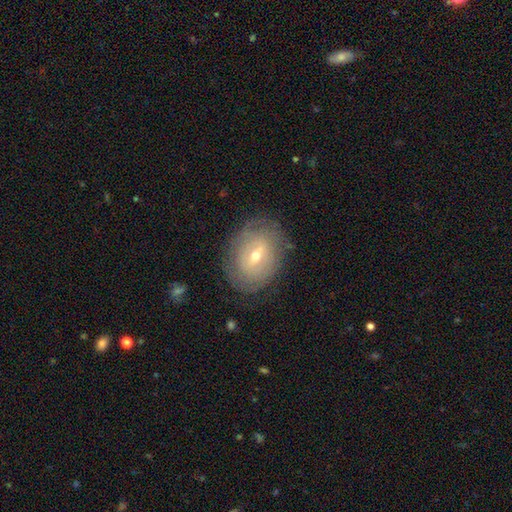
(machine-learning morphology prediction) This appears to be a featured or disk galaxy (61%) with a weak bar (52%), spiral arms (60%) and a moderate central bulge (49%). Merging: none (78%).